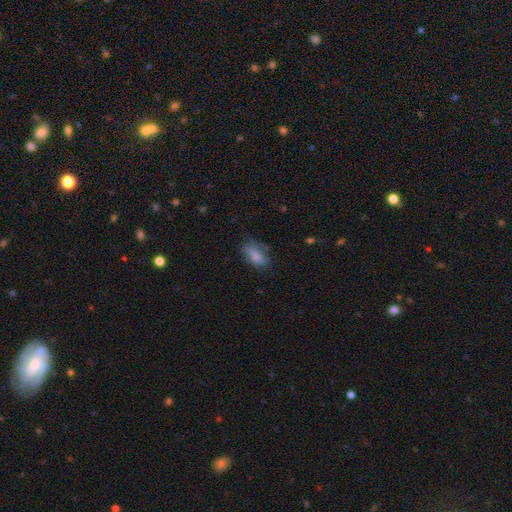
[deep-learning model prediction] Overall: smooth (75%). How rounded: in between (85%). Merging: none (55%; minor disturbance 29%).